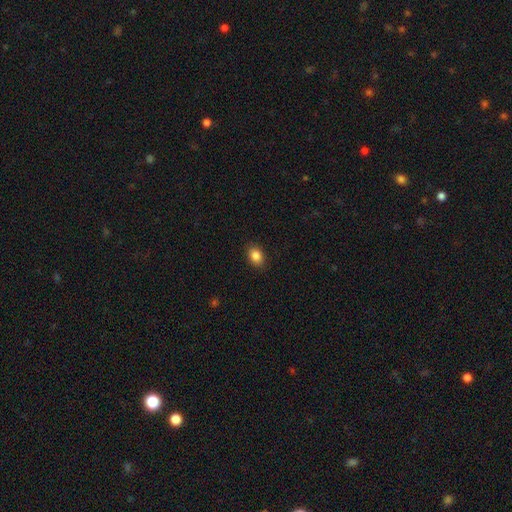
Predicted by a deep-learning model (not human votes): The model was most divided on "how rounded": in between: 73%, round: 26%, cigar-shaped: 1%. More confident: merging — none (88%); smooth or featured — smooth (86%).